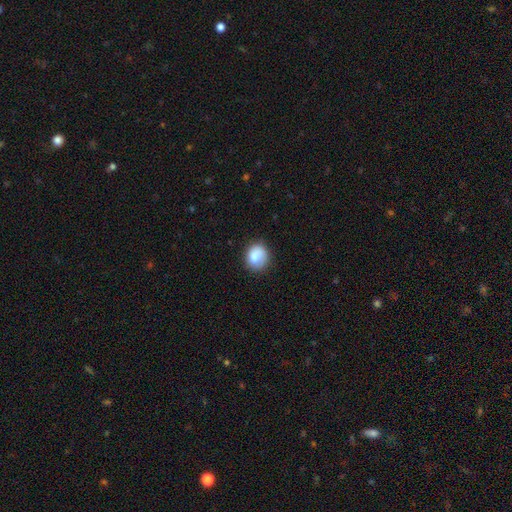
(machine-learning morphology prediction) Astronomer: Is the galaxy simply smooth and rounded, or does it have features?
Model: smooth — 80%.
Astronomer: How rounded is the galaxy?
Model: round — 73%.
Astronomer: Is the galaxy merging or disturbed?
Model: none — 71%.